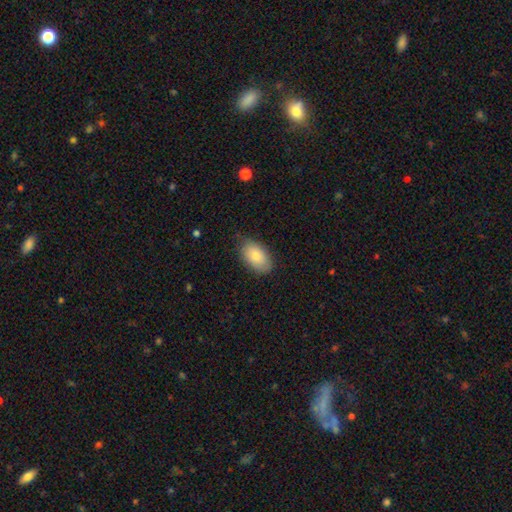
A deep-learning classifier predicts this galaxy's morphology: A smooth galaxy with no disk features (82%) that is in between round and cigar-shaped (93%). Merging: none (77%).